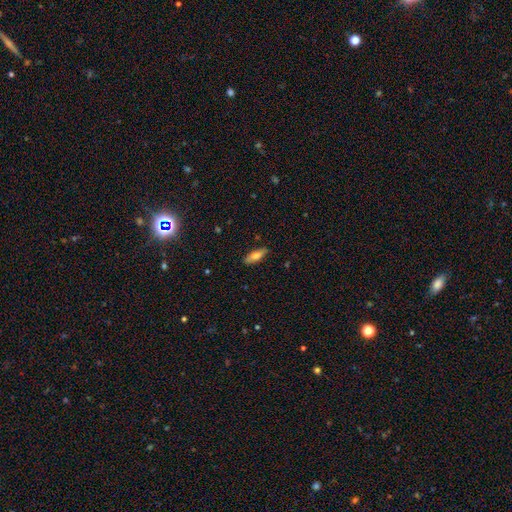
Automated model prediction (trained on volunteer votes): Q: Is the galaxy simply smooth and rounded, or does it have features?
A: smooth — 67%.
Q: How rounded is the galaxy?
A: in between — 58%.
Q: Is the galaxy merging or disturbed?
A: none — 86%.